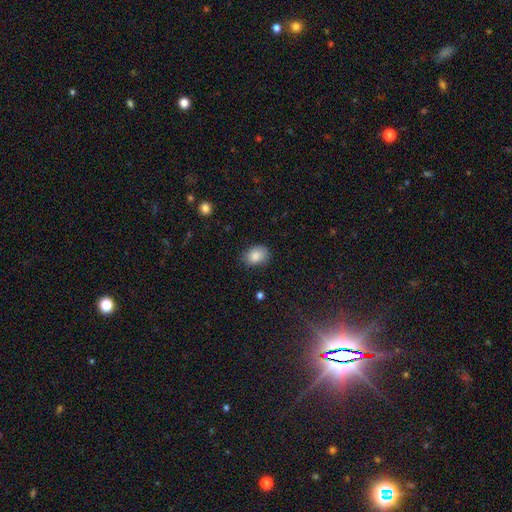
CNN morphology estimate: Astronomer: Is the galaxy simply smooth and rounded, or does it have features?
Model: smooth — 86%.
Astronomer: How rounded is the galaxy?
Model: in between — 73%.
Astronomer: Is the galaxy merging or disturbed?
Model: none — 79%.